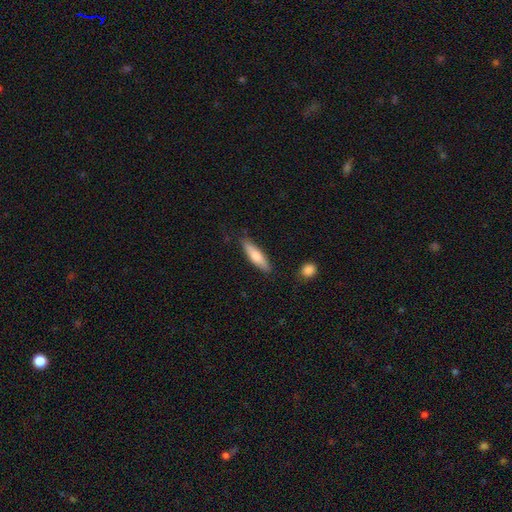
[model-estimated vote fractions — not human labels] A smooth galaxy with no disk features (71%) that is cigar-shaped (70%). Merging: none (82%).